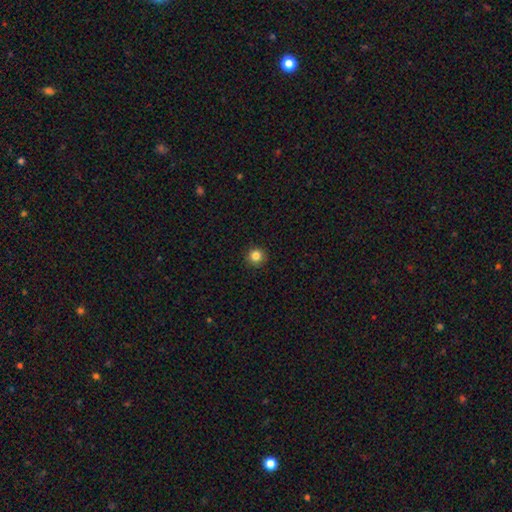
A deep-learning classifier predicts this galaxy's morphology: Overall: smooth (84%). How rounded: round (96%). Merging: none (92%).